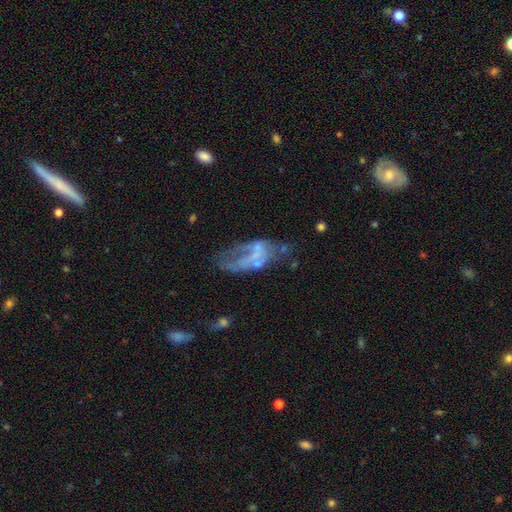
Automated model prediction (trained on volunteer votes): Smooth or featured: featured or disk — 63% (smooth — 25%)
Edge-on disk: no — 95% (yes — 5%)
Bar: no — 75% (weak — 18%)
Spiral arms: no — 75% (yes — 25%)
Bulge size: none — 62% (small — 24%)
Merging: major disturbance — 36% (none — 29%)